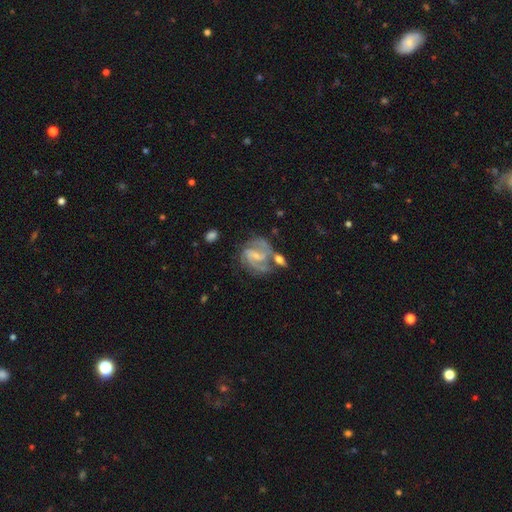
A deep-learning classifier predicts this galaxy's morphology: featured or disk 87%, smooth 8%, star or artifact 5%. Down the decision tree: edge-on disk — no (98%); bar — weak (52%); spiral arms — yes (96%); spiral arm count — 2 (63%); spiral winding — medium (49%); bulge size — small (60%); merging — none (49%).